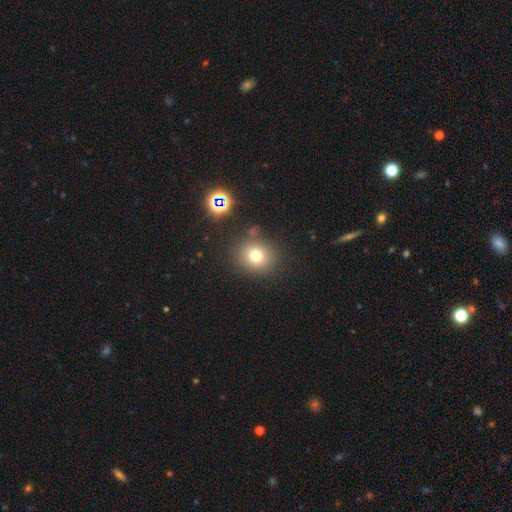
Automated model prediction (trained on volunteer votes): Smooth or featured? Predicted: smooth (p=0.74). How rounded? Predicted: round (p=0.80). Merging? Predicted: none (p=0.80).